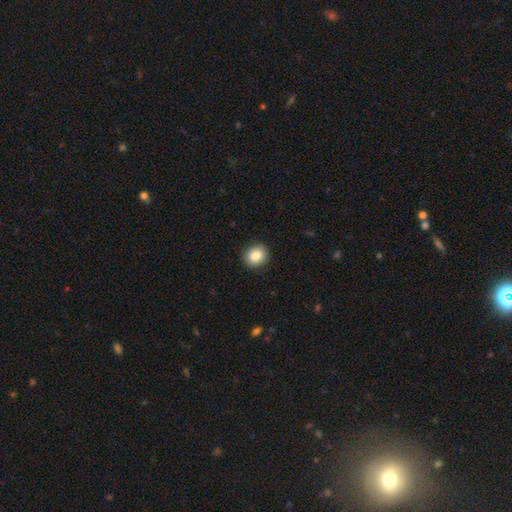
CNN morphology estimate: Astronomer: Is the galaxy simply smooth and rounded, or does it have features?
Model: smooth — 85%.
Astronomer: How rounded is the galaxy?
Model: round — 79%.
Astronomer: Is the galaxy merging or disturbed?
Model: none — 91%.